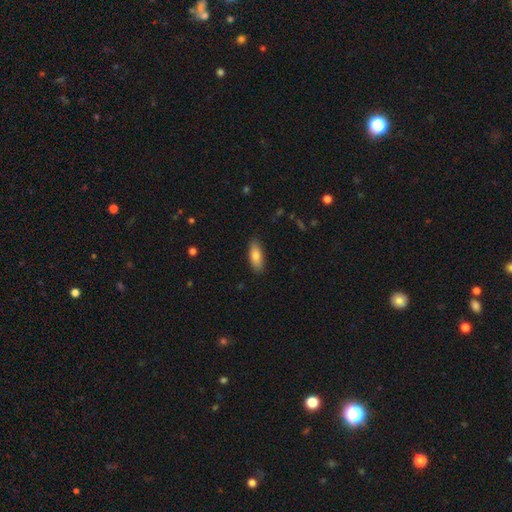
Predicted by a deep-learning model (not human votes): Smooth or featured? Predicted: smooth (p=0.81). How rounded? Predicted: in between (p=0.76). Merging? Predicted: none (p=0.86).